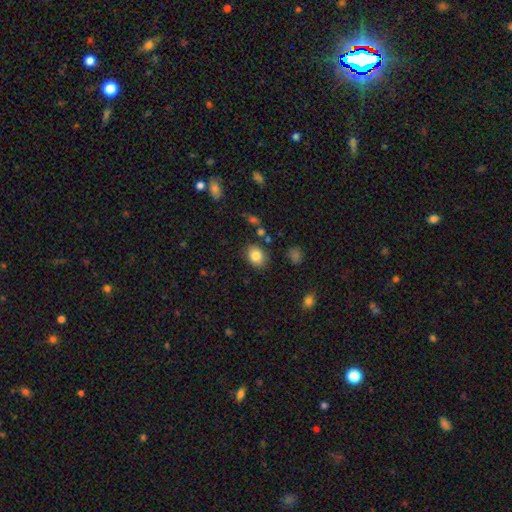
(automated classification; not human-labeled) Q: Smooth or featured?
A: smooth (82%); runner-up: star or artifact (10%)
Q: How rounded?
A: in between (55%); runner-up: round (44%)
Q: Merging?
A: none (83%); runner-up: minor disturbance (11%)